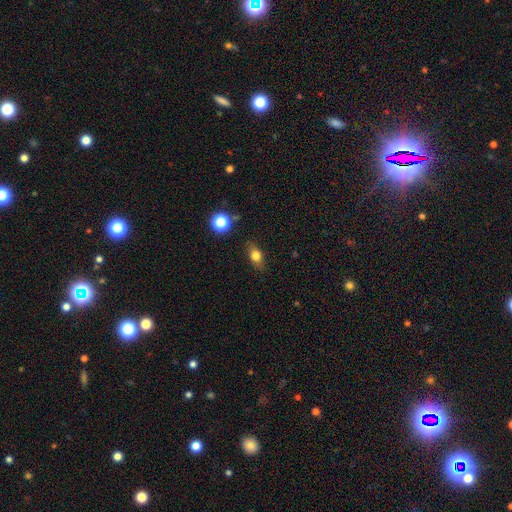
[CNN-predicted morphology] Smooth or featured? Predicted: smooth (p=0.77). How rounded? Predicted: in between (p=0.71). Merging? Predicted: none (p=0.82).